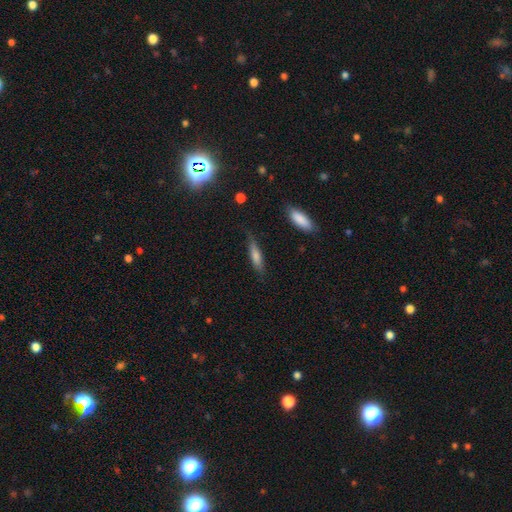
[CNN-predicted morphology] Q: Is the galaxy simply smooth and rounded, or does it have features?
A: smooth — 67%.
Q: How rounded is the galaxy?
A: cigar-shaped — 74%.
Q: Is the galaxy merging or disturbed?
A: none — 72%.